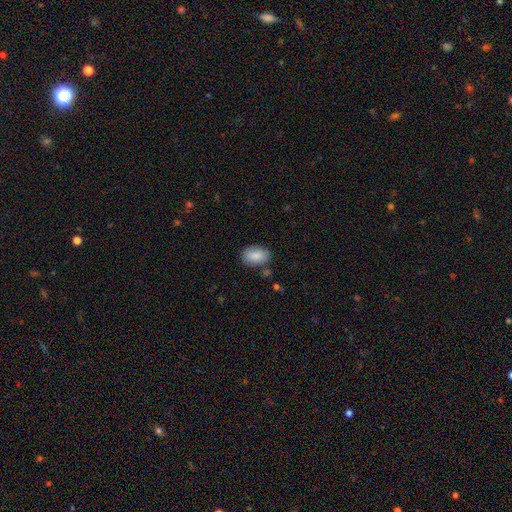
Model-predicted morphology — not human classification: Q: Smooth or featured?
A: smooth (88%); runner-up: star or artifact (7%)
Q: How rounded?
A: in between (90%); runner-up: round (9%)
Q: Merging?
A: none (80%); runner-up: minor disturbance (13%)